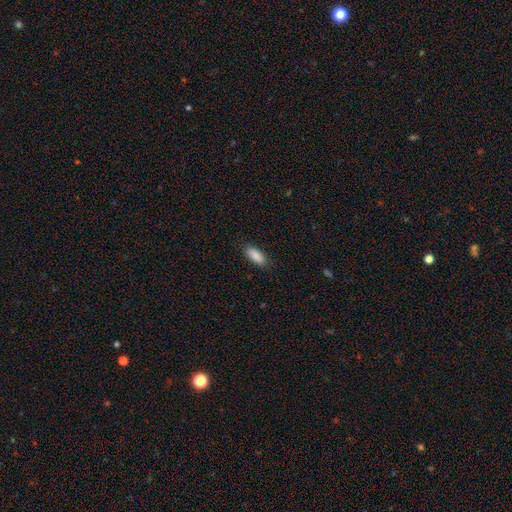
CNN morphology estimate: This is clearly a smooth galaxy (89%). How rounded: likely in between (78%). Merging: clearly none (86%).